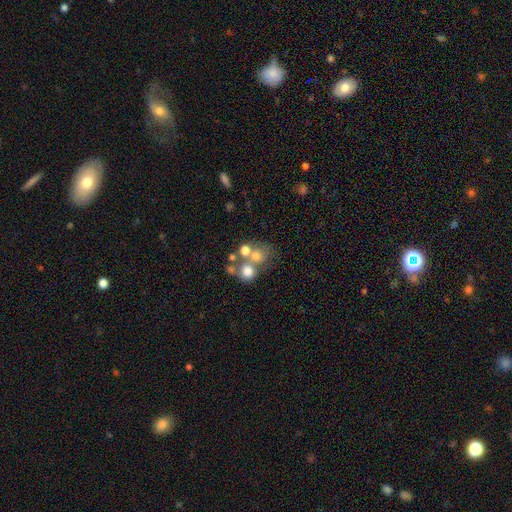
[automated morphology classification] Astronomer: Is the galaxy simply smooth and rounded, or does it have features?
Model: smooth — 62%.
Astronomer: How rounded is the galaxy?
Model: round — 76%.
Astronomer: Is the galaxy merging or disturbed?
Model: merger — 49% (runner-up: none, 37%).